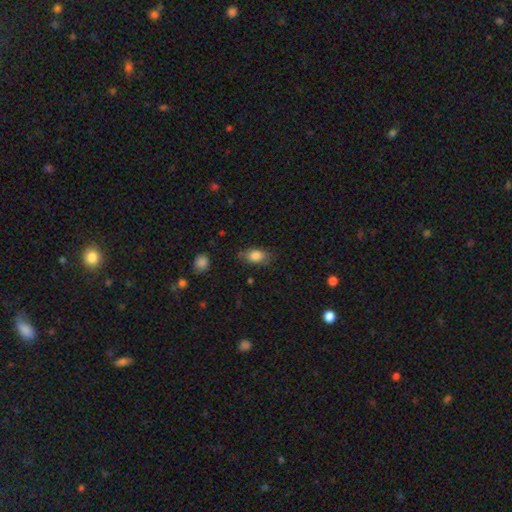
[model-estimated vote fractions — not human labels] Q: Smooth or featured?
A: smooth (84%); runner-up: featured or disk (9%)
Q: How rounded?
A: in between (87%); runner-up: round (10%)
Q: Merging?
A: none (72%); runner-up: minor disturbance (21%)